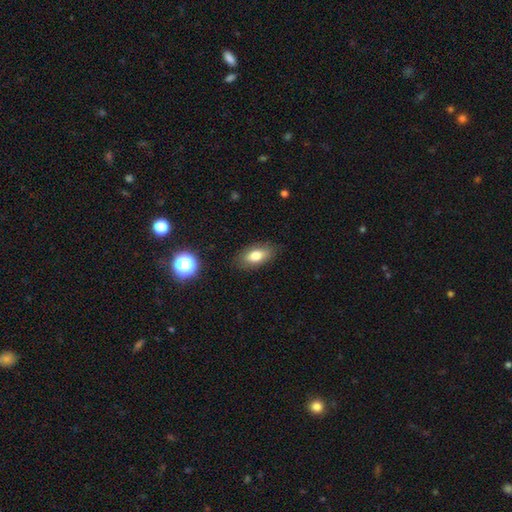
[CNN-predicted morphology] A smooth galaxy with no disk features (76%) that is in between round and cigar-shaped (85%).

Vote fractions:
- Smooth or featured? smooth: 76% / featured or disk: 15% / star or artifact: 9%
- How rounded? in between: 85% / cigar-shaped: 7% / round: 7%
- Merging? none: 83% / minor disturbance: 12% / major disturbance: 3% / merger: 1%